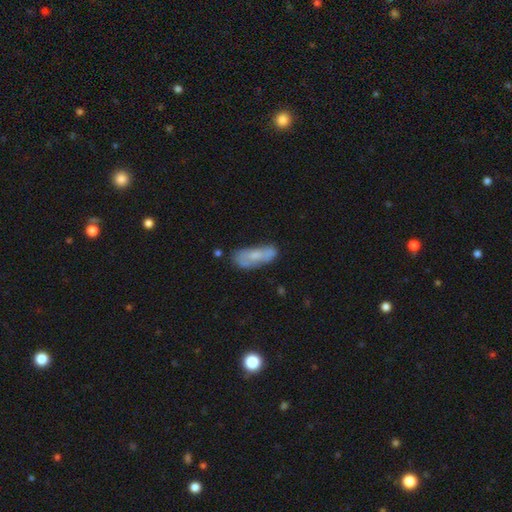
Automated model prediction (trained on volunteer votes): Q: Smooth or featured?
A: smooth (55%); runner-up: featured or disk (37%)
Q: How rounded?
A: in between (66%); runner-up: cigar-shaped (31%)
Q: Merging?
A: none (54%); runner-up: minor disturbance (26%)